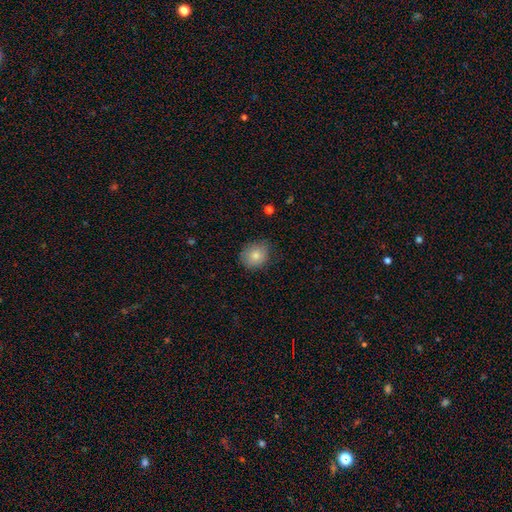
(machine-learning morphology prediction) Smooth or featured? smooth (82%)
How rounded? round (66%)
Merging? none (75%)